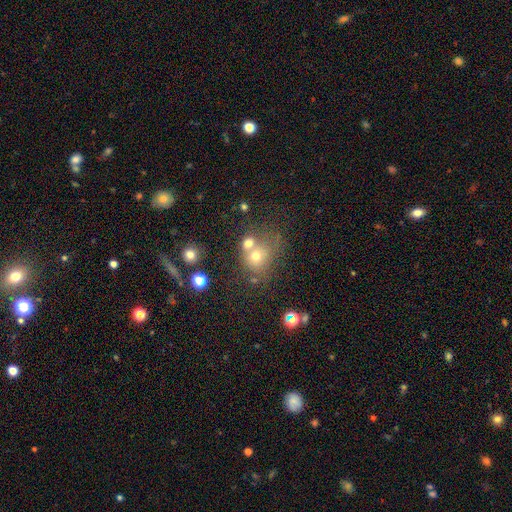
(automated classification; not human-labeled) This is likely a smooth galaxy (63%). How rounded: likely round (72%). Merging: marginally none (40%, tied with merger).